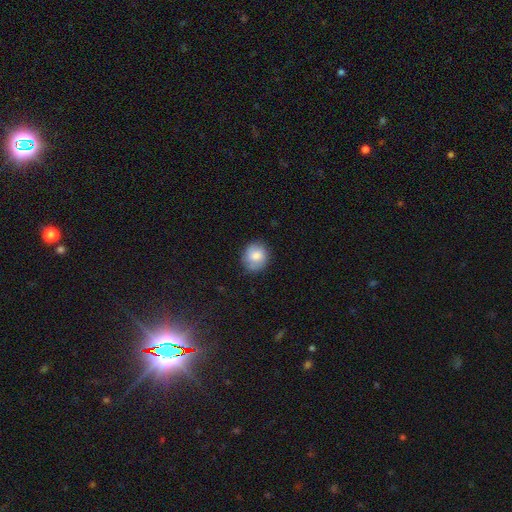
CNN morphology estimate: Smooth or featured? Predicted: smooth (p=0.76). How rounded? Predicted: round (p=0.72). Merging? Predicted: none (p=0.77).